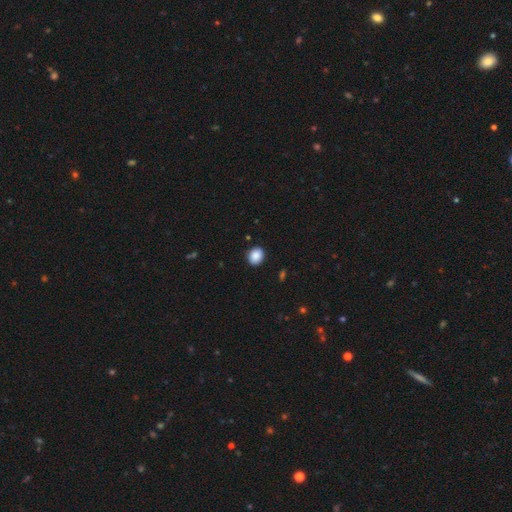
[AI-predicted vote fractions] This appears to be a smooth galaxy with no disk features (89%) that is round (59%). Merging: none (89%).